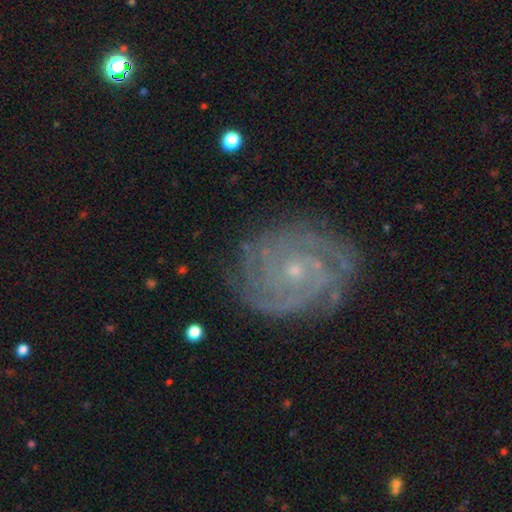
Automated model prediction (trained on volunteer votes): smooth-or-featured: featured or disk: 88% | star or artifact: 7% | smooth: 5%
  disk-edge-on: no: 97% | yes: 3%
    bar: no: 78% | weak: 17% | strong: 5%
    has-spiral-arms: yes: 98% | no: 2%
      spiral-winding: tight: 82% | medium: 15% | loose: 3%
      spiral-arm-count: 2: 21% | 3: 20% | can't tell: 20% | 4: 19% | more than 4: 12% | 1: 8%
    bulge-size: small: 81% | moderate: 15% | none: 2% | large: 1% | dominant: 1%
  merging: none: 83% | minor disturbance: 13% | major disturbance: 4% | merger: 1%